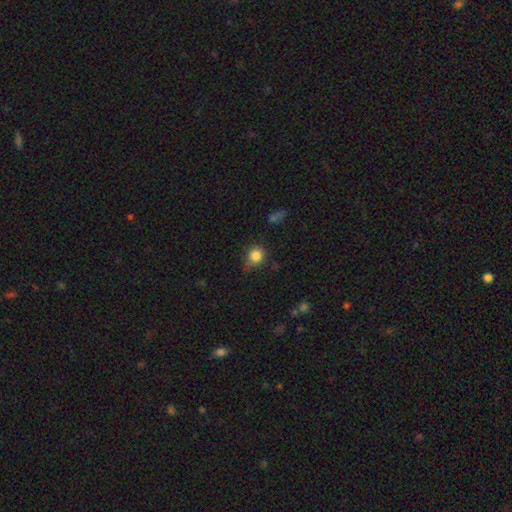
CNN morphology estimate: smooth 83%, star or artifact 11%, featured or disk 6%. Down the decision tree: how rounded — round (82%); merging — none (62%).